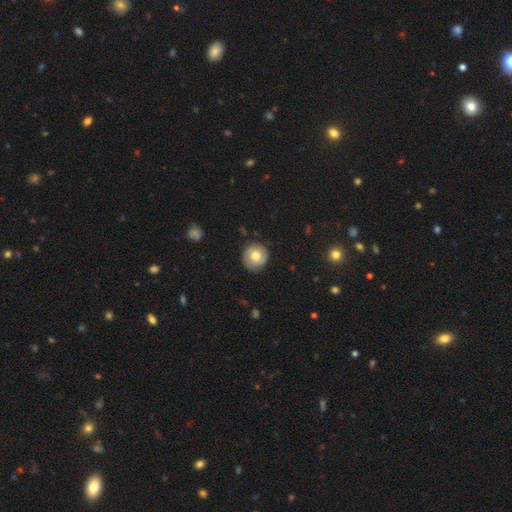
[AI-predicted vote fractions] Q: Smooth or featured?
A: smooth (67%); runner-up: featured or disk (25%)
Q: How rounded?
A: round (89%); runner-up: in between (10%)
Q: Merging?
A: none (83%); runner-up: minor disturbance (13%)